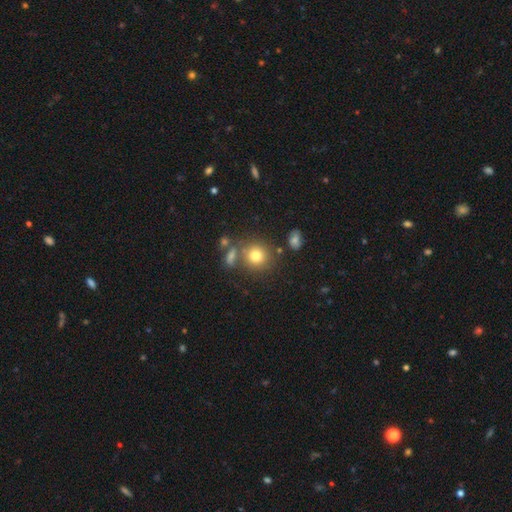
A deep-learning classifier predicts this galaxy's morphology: Smooth or featured? smooth (76%)
How rounded? round (87%)
Merging? none (70%)